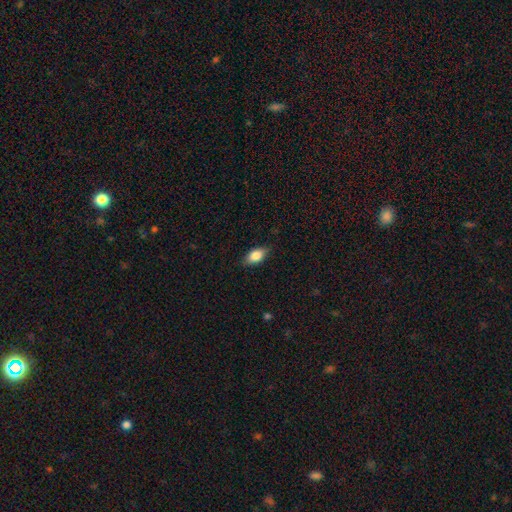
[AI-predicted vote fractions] smooth 82%, featured or disk 11%, star or artifact 7%. Down the decision tree: how rounded — in between (87%); merging — none (81%).